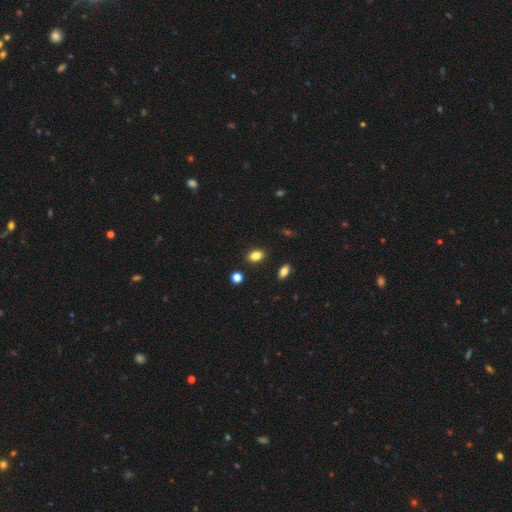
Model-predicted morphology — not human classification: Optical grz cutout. It shows a smooth galaxy with no disk features (83%) that is in between round and cigar-shaped (80%). Merging: none (87%).